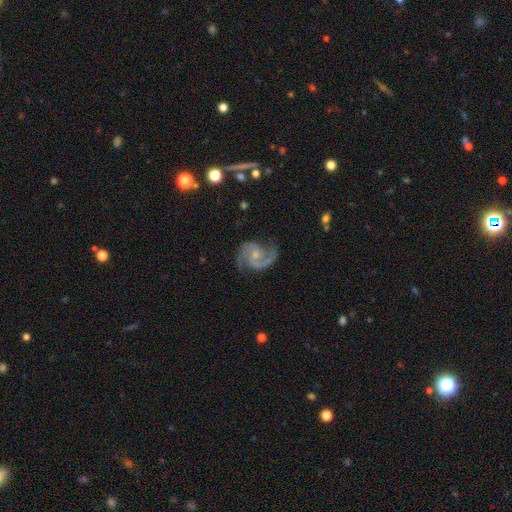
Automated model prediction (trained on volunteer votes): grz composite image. It shows a featured or disk galaxy (91%) with no bar (65%), 2 (89%) medium (59%) spiral arms (98%) and a small central bulge (58%). Merging: none (73%).